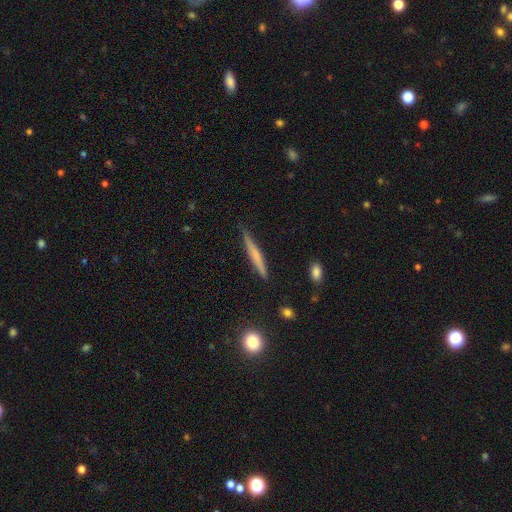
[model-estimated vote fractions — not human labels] A smooth galaxy with no disk features (52%) that is cigar-shaped (94%). Merging: none (84%).